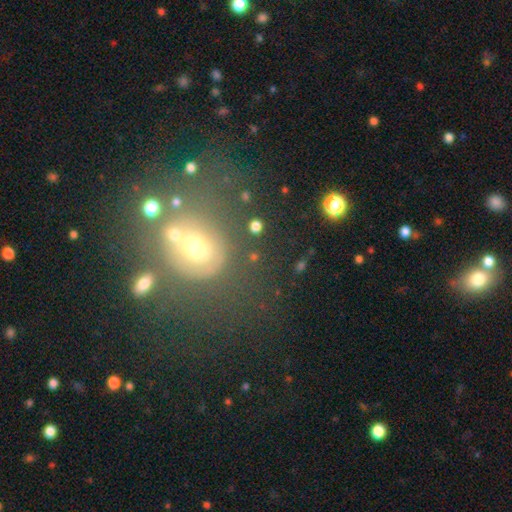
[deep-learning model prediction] The model was most divided on "smooth or featured": smooth: 41%, featured or disk: 33%, star or artifact: 25%. Remaining: merging — none (48%).